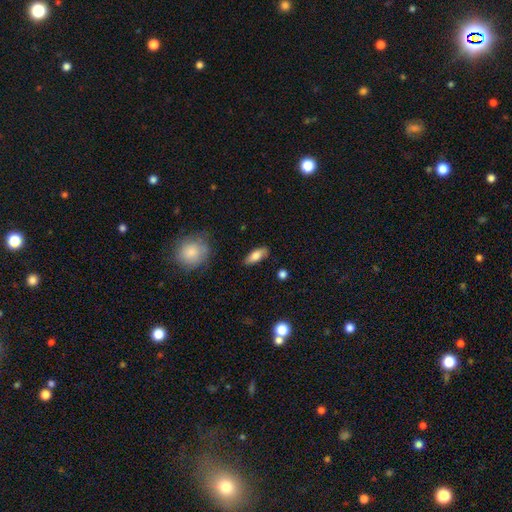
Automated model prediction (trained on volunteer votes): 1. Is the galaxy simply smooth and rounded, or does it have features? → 77% smooth, 16% featured or disk, 7% star or artifact.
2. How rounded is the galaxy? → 75% in between, 22% cigar-shaped, 3% round.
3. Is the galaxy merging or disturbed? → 81% none, 14% minor disturbance, 3% major disturbance, 2% merger.